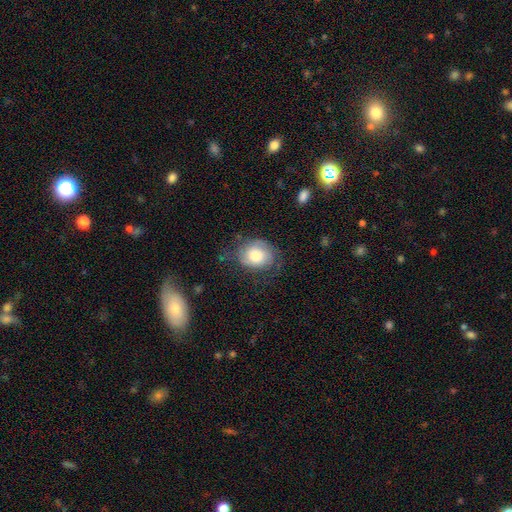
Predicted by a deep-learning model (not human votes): Smooth or featured? featured or disk (48%)
Merging? none (57%)